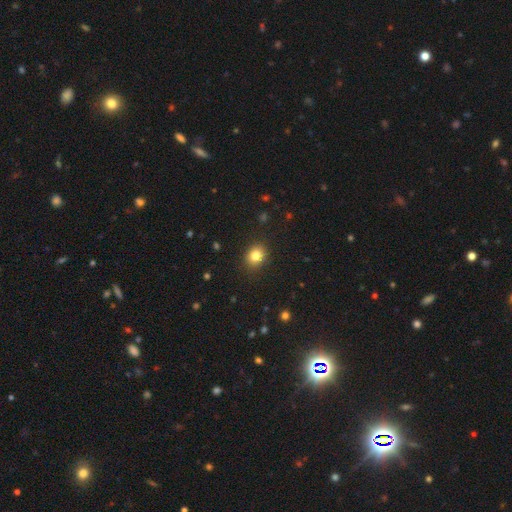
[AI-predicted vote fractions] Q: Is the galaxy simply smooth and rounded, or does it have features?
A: smooth — 82%.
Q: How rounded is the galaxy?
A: round — 62%.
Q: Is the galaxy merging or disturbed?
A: none — 89%.